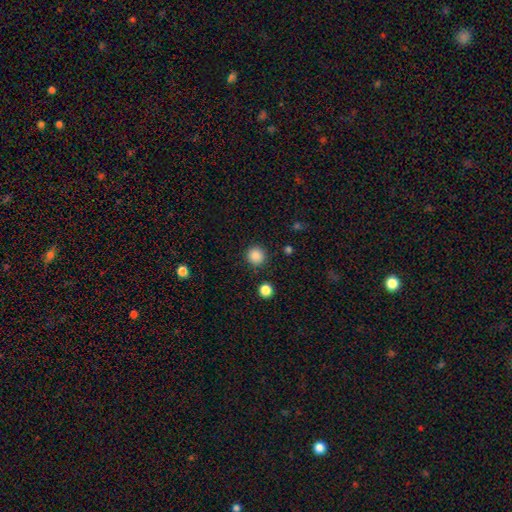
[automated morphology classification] A smooth galaxy with no disk features (87%) that is round (95%). Merging: none (90%).